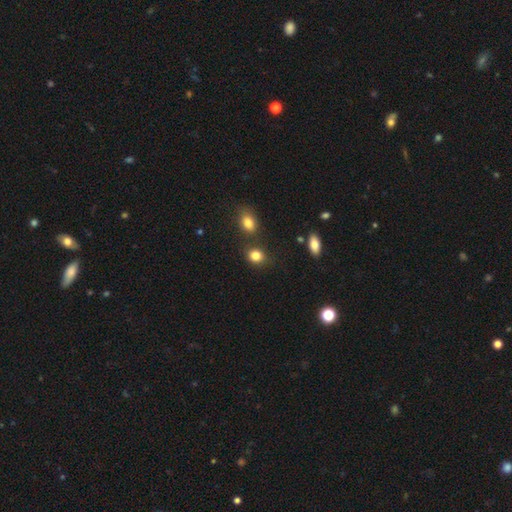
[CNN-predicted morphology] The model was most divided on "how rounded": round: 65%, in between: 33%, cigar-shaped: 1%. More confident: smooth or featured — smooth (84%); merging — none (77%).